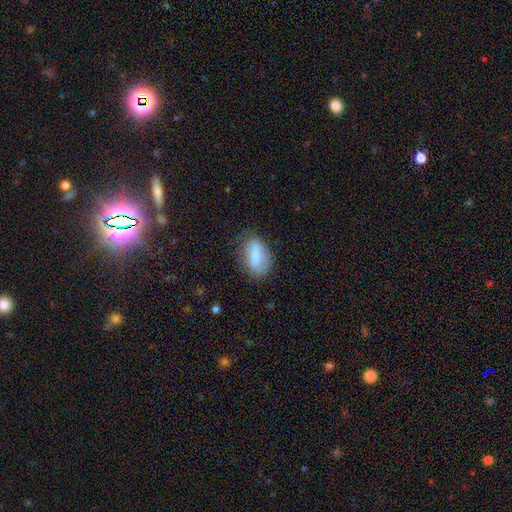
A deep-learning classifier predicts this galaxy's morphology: Smooth or featured?
  - smooth: 77% *
  - featured or disk: 15%
  - star or artifact: 8%
How rounded?
  - in between: 85% *
  - cigar-shaped: 9%
  - round: 5%
Merging?
  - none: 70% *
  - minor disturbance: 21%
  - major disturbance: 7%
  - merger: 2%